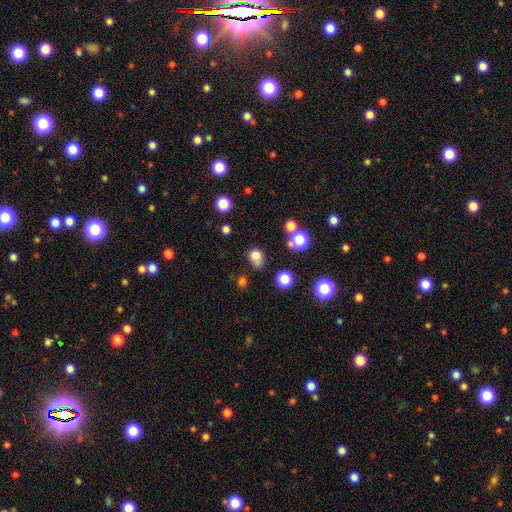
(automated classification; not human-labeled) A smooth galaxy with no disk features (78%) that is round (61%). Merging: none (49%).